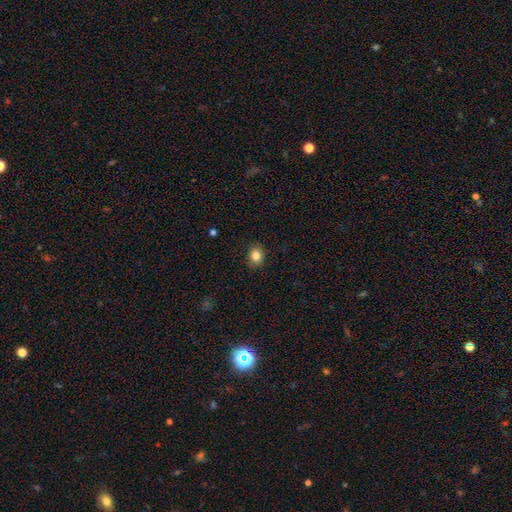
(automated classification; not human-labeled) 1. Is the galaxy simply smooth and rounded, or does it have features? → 84% smooth, 10% star or artifact, 6% featured or disk.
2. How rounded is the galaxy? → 67% round, 32% in between, 1% cigar-shaped.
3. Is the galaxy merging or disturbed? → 88% none, 9% minor disturbance, 2% major disturbance, 1% merger.